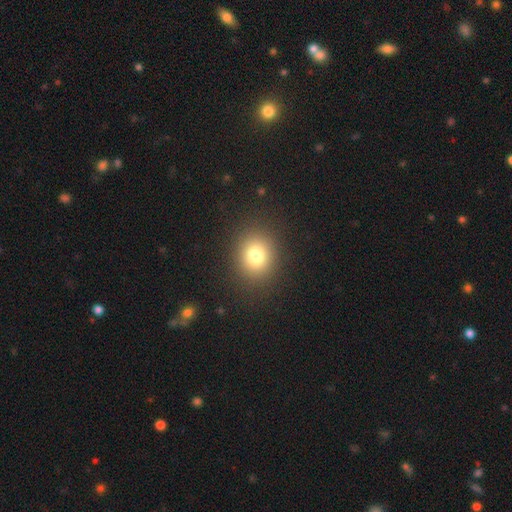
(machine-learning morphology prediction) smooth-or-featured: smooth: 78% | star or artifact: 14% | featured or disk: 8%
  how-rounded: round: 77% | in between: 22% | cigar-shaped: 1%
  merging: none: 90% | minor disturbance: 6% | major disturbance: 3% | merger: 1%